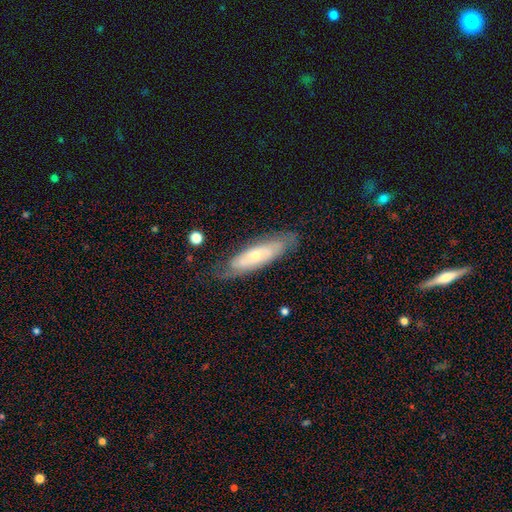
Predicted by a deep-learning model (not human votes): This is likely a featured or disk galaxy (63%). It is likely not viewed edge-on (73%). Merging: likely none (72%).